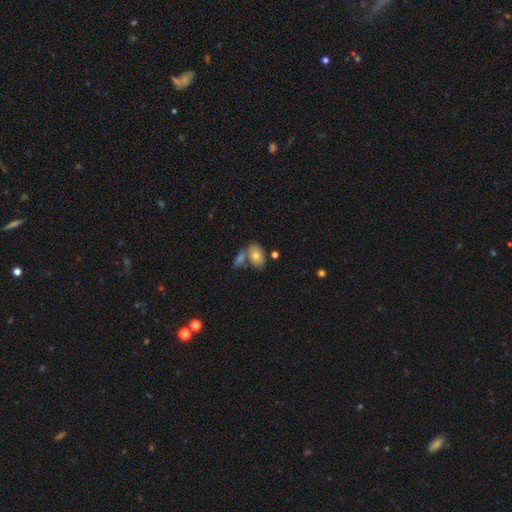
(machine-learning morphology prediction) A smooth galaxy with no disk features (77%) that is in between round and cigar-shaped (87%). Merging: none (51%).